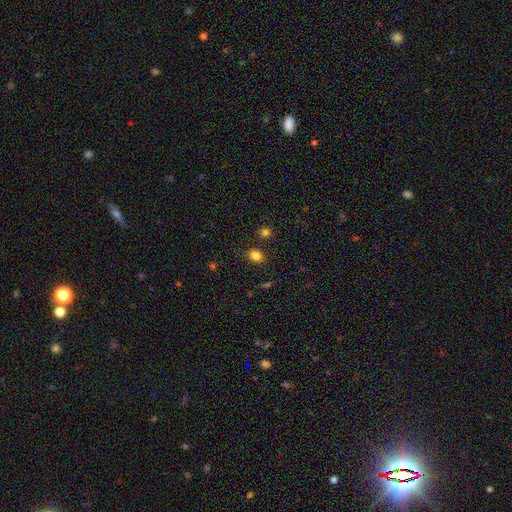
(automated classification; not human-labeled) The model was most divided on "how rounded": round: 53%, in between: 46%, cigar-shaped: 1%. More confident: merging — none (83%); smooth or featured — smooth (82%).